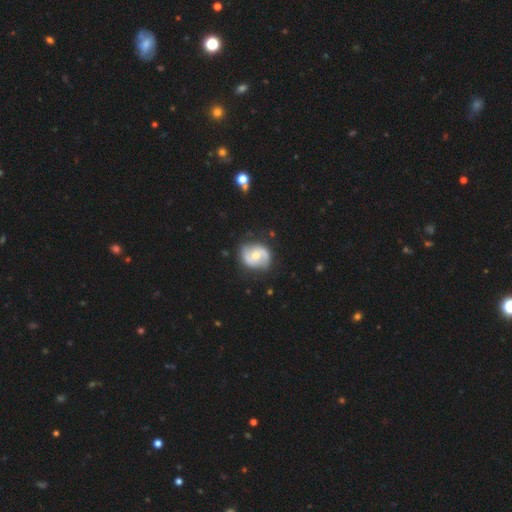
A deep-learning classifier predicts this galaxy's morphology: A featured or disk galaxy (75%) with no bar (50%), 2 (89%) medium (45%) spiral arms (90%) and a moderate central bulge (64%). Merging: none (79%).